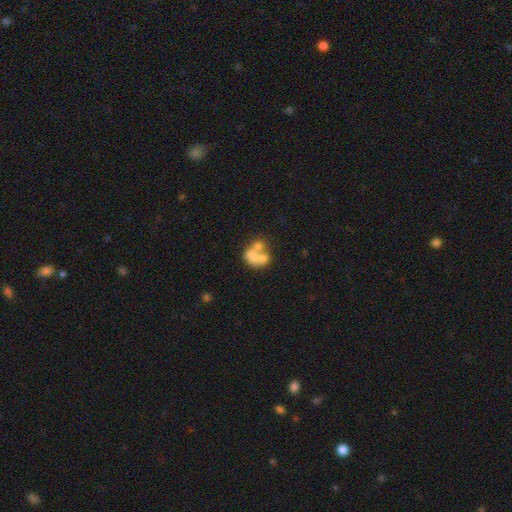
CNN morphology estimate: Q: Smooth or featured?
A: smooth (49%); runner-up: featured or disk (39%)
Q: Merging?
A: merger (56%); runner-up: none (21%)